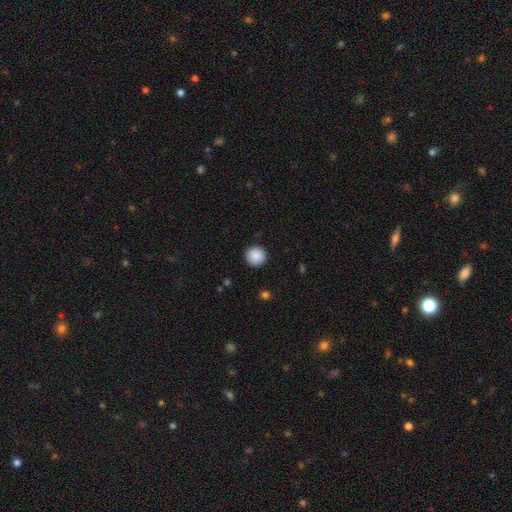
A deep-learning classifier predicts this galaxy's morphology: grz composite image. It shows a smooth galaxy with no disk features (89%) that is round (95%). Merging: none (92%).